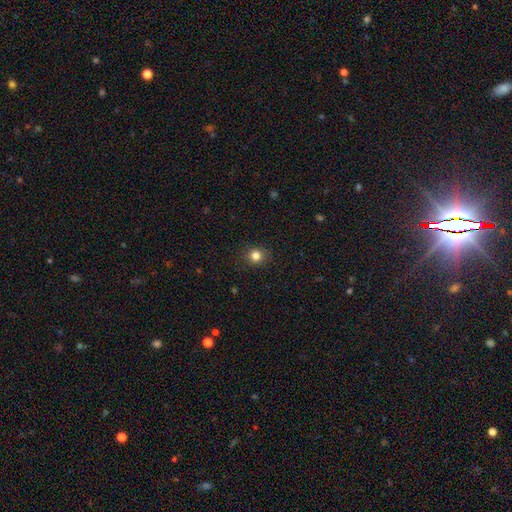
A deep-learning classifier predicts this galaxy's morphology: smooth-or-featured: smooth: 83% | star or artifact: 12% | featured or disk: 5%
  how-rounded: round: 86% | in between: 13% | cigar-shaped: 1%
  merging: none: 89% | minor disturbance: 8% | major disturbance: 2% | merger: 1%